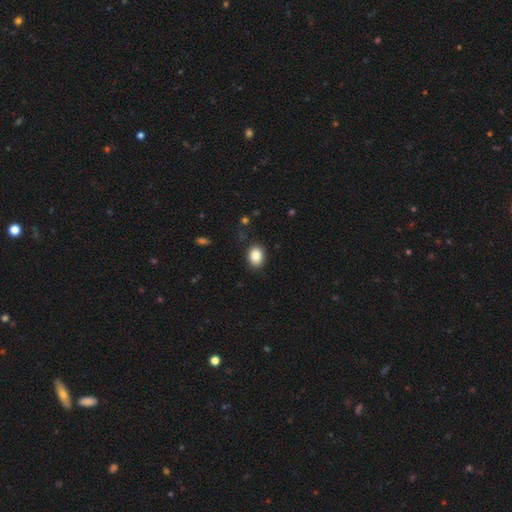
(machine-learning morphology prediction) smooth_or_featured: smooth (p=0.85) [alt: star or artifact p=0.09]
how_rounded: in between (p=0.61) [alt: round p=0.38]
merging: none (p=0.86) [alt: minor disturbance p=0.10]